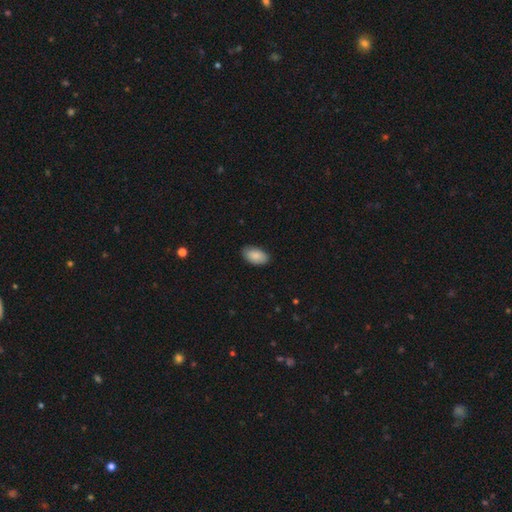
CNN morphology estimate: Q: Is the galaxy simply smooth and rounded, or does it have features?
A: smooth — 88%.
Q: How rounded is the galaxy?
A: in between — 95%.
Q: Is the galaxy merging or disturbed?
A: none — 86%.